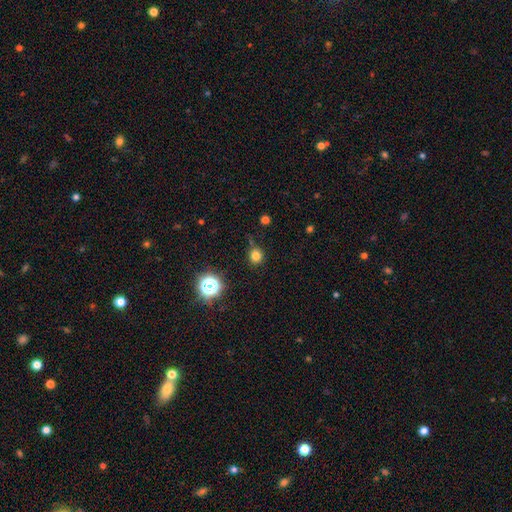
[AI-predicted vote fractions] The model was most divided on "smooth or featured": smooth: 78%, star or artifact: 17%, featured or disk: 5%. More confident: how rounded — round (92%); merging — none (84%).